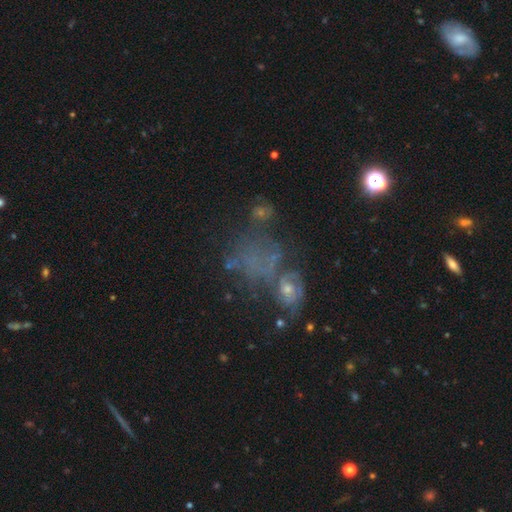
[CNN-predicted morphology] Smooth or featured? Predicted: star or artifact (p=0.39).